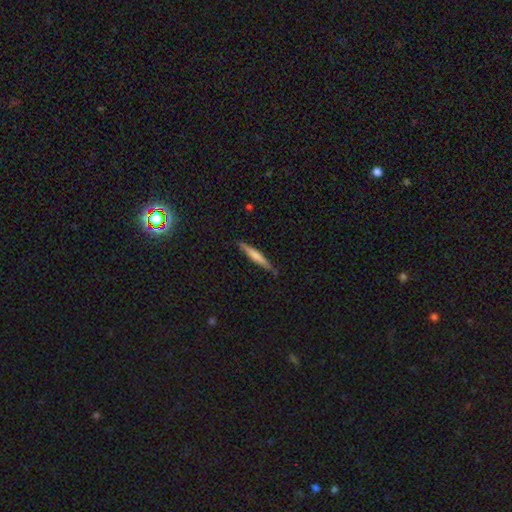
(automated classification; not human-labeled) smooth 54%, featured or disk 40%, star or artifact 6%. Down the decision tree: how rounded — cigar-shaped (94%); merging — none (85%).